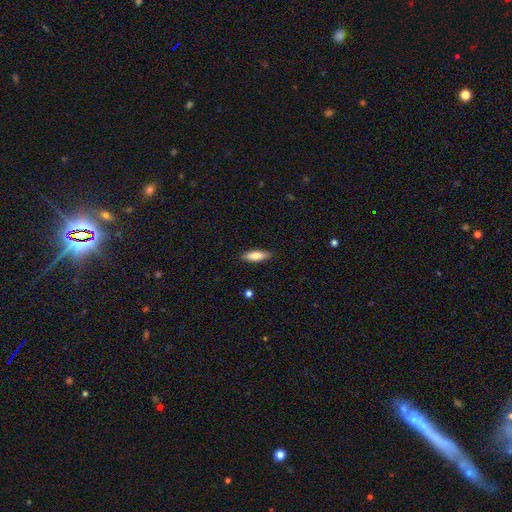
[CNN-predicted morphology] Smooth or featured? Predicted: smooth (p=0.74). How rounded? Predicted: cigar-shaped (p=0.54). Merging? Predicted: none (p=0.88).